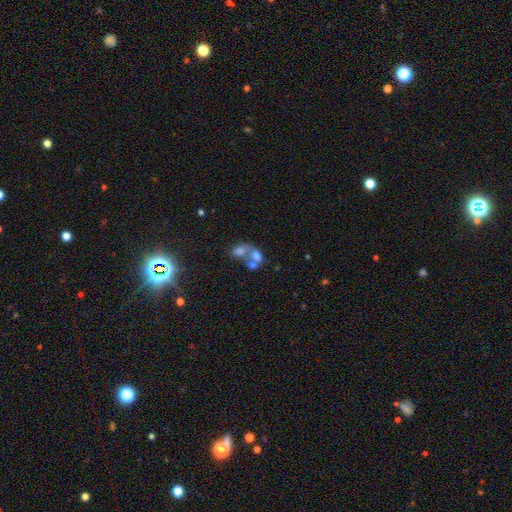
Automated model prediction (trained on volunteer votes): Smooth or featured?
  - smooth: 59% *
  - featured or disk: 27%
  - star or artifact: 15%
How rounded?
  - in between: 67% *
  - round: 31%
  - cigar-shaped: 2%
Merging?
  - merger: 67% *
  - none: 18%
  - major disturbance: 8%
  - minor disturbance: 7%